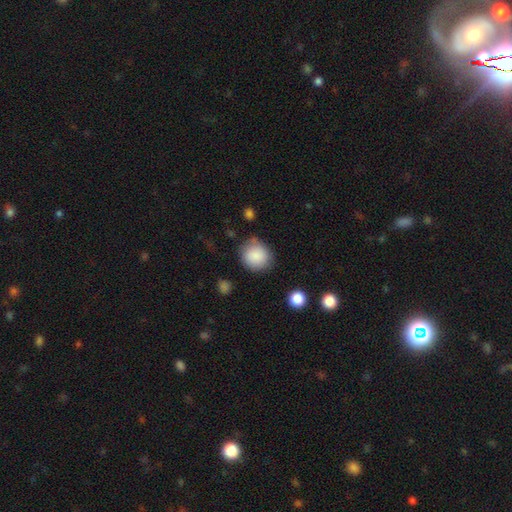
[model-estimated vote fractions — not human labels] This appears to be a smooth galaxy with no disk features (87%) that is round (86%). Merging: none (78%).